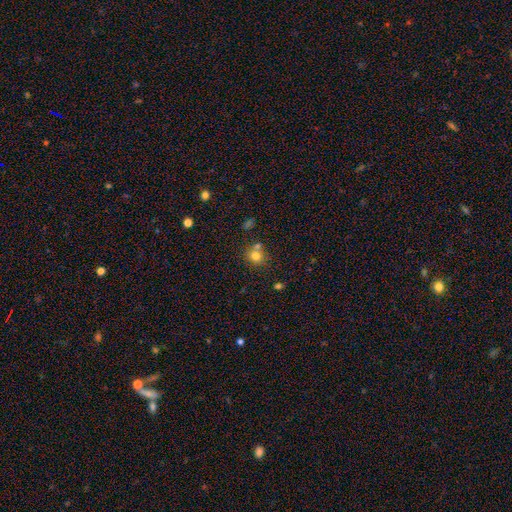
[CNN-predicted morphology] A smooth galaxy with no disk features (76%) that is round (78%).

Vote fractions:
- Smooth or featured? smooth: 76% / star or artifact: 14% / featured or disk: 10%
- How rounded? round: 78% / in between: 21% / cigar-shaped: 1%
- Merging? none: 58% / merger: 28% / minor disturbance: 10% / major disturbance: 4%